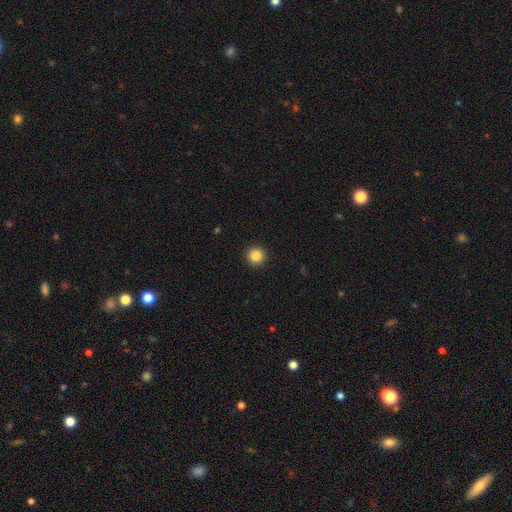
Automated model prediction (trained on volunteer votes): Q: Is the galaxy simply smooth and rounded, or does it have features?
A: smooth — 85%.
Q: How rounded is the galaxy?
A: round — 96%.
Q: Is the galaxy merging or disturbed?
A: none — 93%.